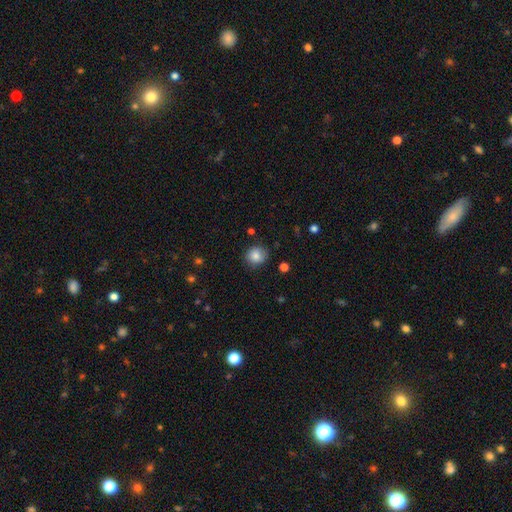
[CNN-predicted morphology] type=smooth (84%); roundness=round (86%); merging=none (85%).